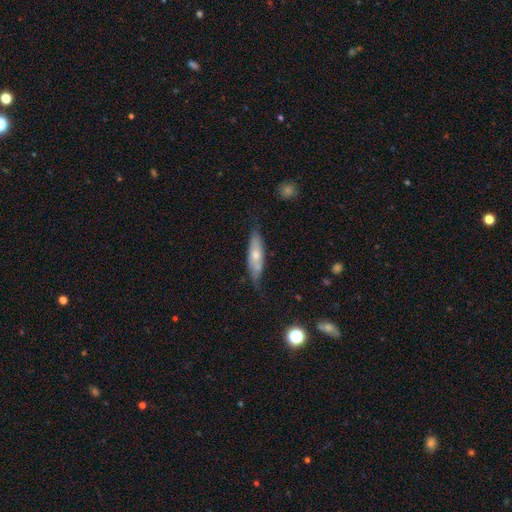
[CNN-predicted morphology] The model was most divided on "smooth or featured": smooth: 54%, featured or disk: 39%, star or artifact: 6%. More confident: merging — none (64%); how rounded — cigar-shaped (59%).